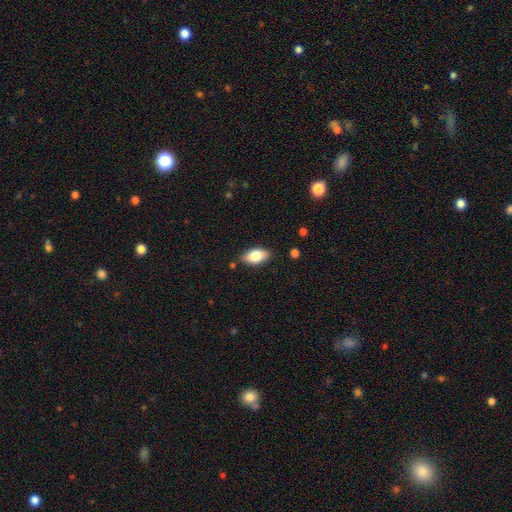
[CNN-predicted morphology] Smooth or featured?
  - smooth: 77% *
  - featured or disk: 16%
  - star or artifact: 7%
How rounded?
  - in between: 91% *
  - cigar-shaped: 6%
  - round: 4%
Merging?
  - none: 83% *
  - minor disturbance: 13%
  - major disturbance: 2%
  - merger: 2%